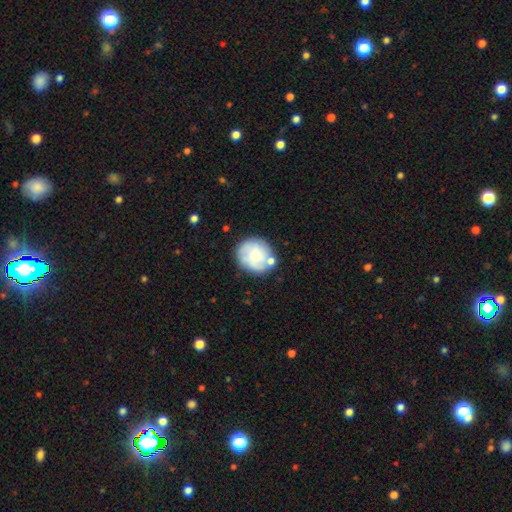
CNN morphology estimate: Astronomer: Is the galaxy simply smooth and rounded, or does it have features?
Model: smooth — 67%.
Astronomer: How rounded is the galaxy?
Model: round — 78%.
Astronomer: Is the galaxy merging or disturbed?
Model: none — 64%.